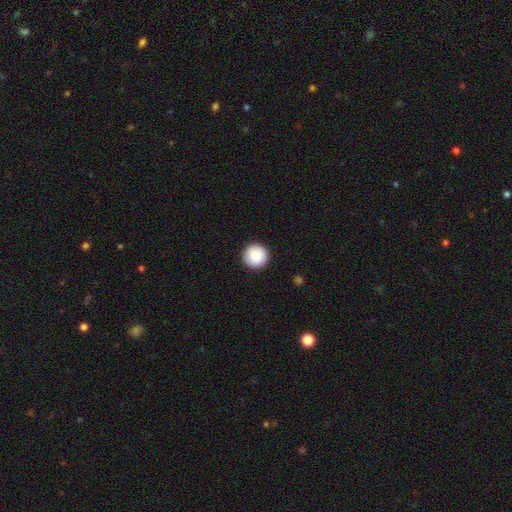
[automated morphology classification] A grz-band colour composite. It shows a smooth galaxy with no disk features (89%) that is round (97%). Merging: none (93%).